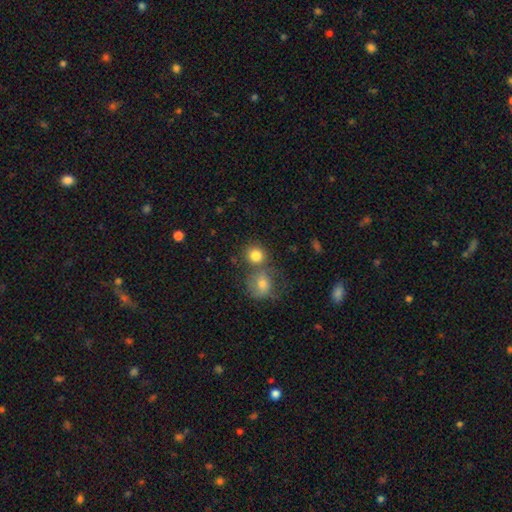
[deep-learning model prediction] smooth_or_featured: smooth (p=0.81) [alt: star or artifact p=0.10]
how_rounded: round (p=0.84) [alt: in between p=0.15]
merging: none (p=0.54) [alt: merger p=0.34]